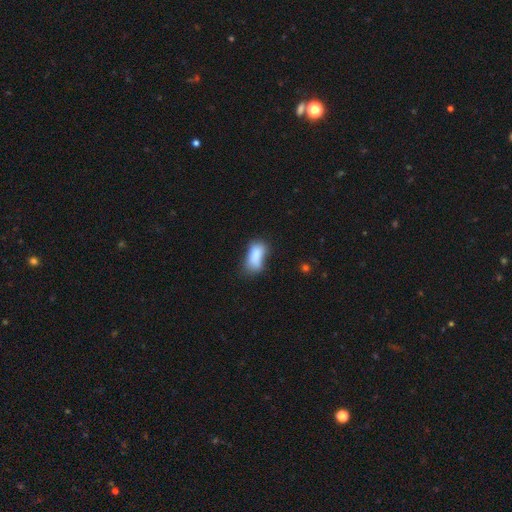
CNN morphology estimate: A smooth galaxy with no disk features (81%) that is in between round and cigar-shaped (90%).

Vote fractions:
- Smooth or featured? smooth: 81% / featured or disk: 10% / star or artifact: 9%
- How rounded? in between: 90% / cigar-shaped: 5% / round: 5%
- Merging? none: 40% / minor disturbance: 34% / major disturbance: 18% / merger: 9%